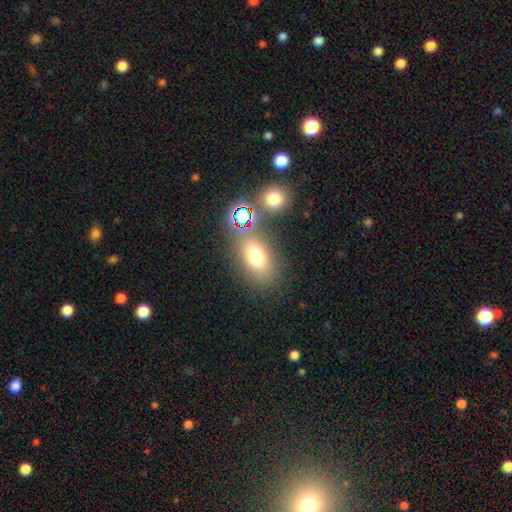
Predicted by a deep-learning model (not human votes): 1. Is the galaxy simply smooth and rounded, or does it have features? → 69% smooth, 17% star or artifact, 13% featured or disk.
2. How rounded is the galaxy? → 71% in between, 26% round, 3% cigar-shaped.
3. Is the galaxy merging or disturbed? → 71% none, 12% minor disturbance, 11% merger, 6% major disturbance.